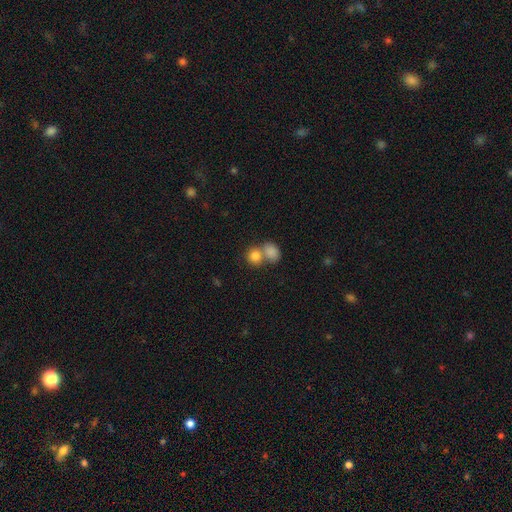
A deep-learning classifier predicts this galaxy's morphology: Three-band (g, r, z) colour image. It shows a smooth galaxy with no disk features (83%) that is round (71%). Merging: merger (53%).